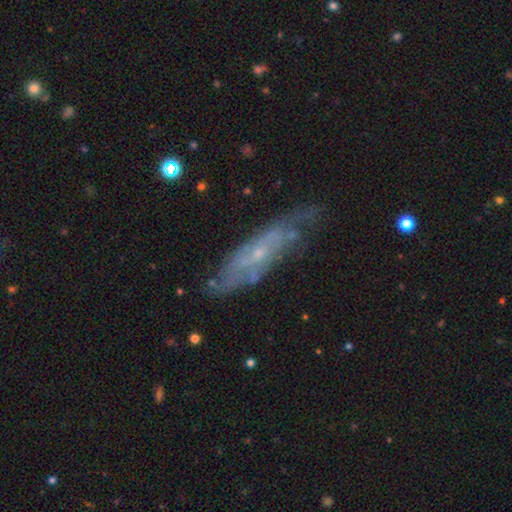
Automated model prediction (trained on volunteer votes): This appears to be a featured or disk galaxy (72%). Merging: none (70%).